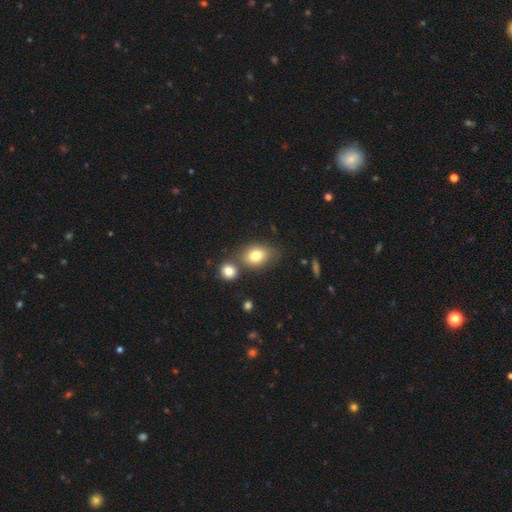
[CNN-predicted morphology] This is likely a smooth galaxy (78%). How rounded: likely in between (69%). Merging: possibly none (57%).